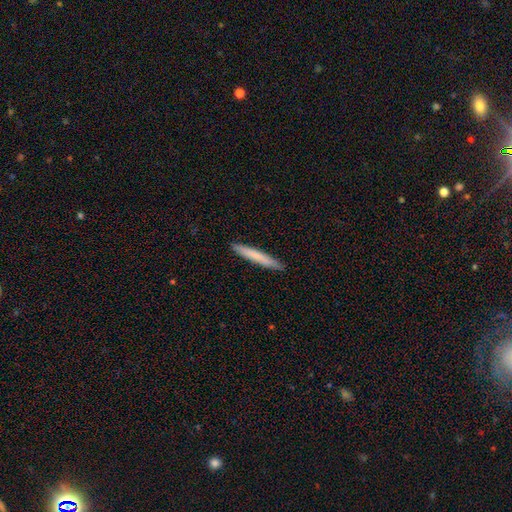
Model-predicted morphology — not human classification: smooth-or-featured: smooth: 74% | featured or disk: 21% | star or artifact: 5%
  how-rounded: cigar-shaped: 96% | in between: 3% | round: 1%
  merging: none: 90% | minor disturbance: 7% | major disturbance: 1% | merger: 1%